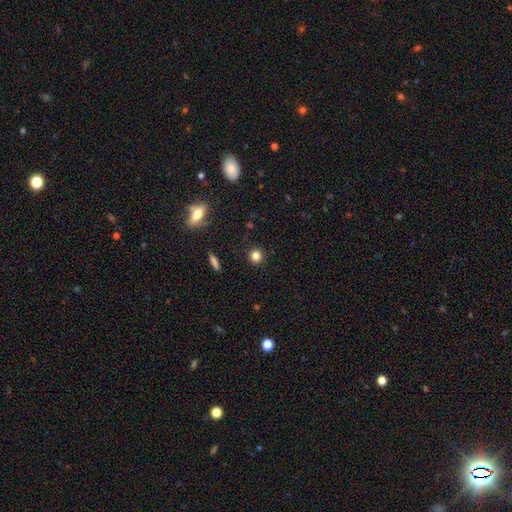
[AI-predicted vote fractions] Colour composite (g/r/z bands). It shows a smooth galaxy with no disk features (82%) that is round (91%). Merging: none (91%).